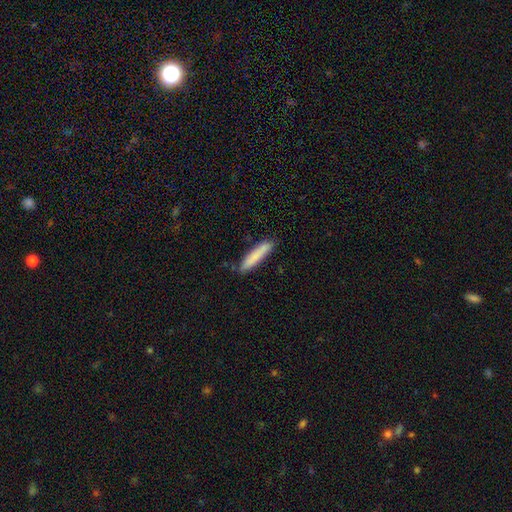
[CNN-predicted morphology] smooth 82%, featured or disk 12%, star or artifact 6%. Down the decision tree: how rounded — cigar-shaped (90%); merging — none (84%).